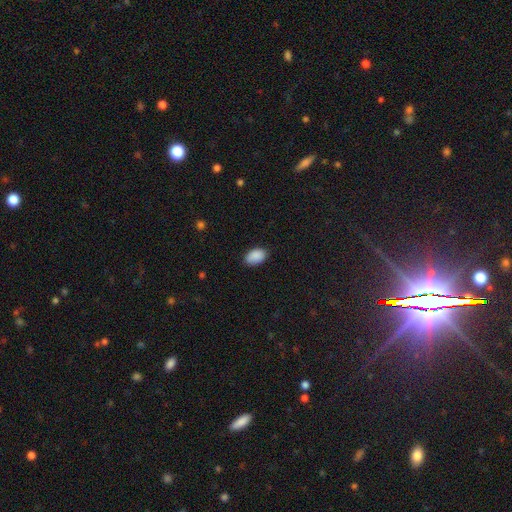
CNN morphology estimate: smooth 89%, star or artifact 7%, featured or disk 3%. Down the decision tree: how rounded — in between (90%); merging — none (82%).